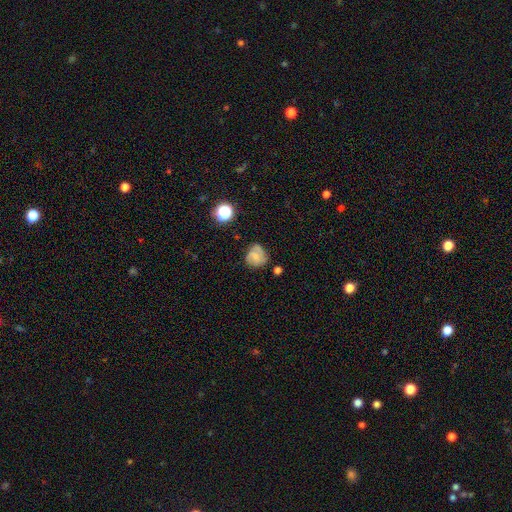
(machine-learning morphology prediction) smooth_or_featured: smooth (p=0.45) [alt: featured or disk p=0.43]
merging: none (p=0.64) [alt: minor disturbance p=0.23]